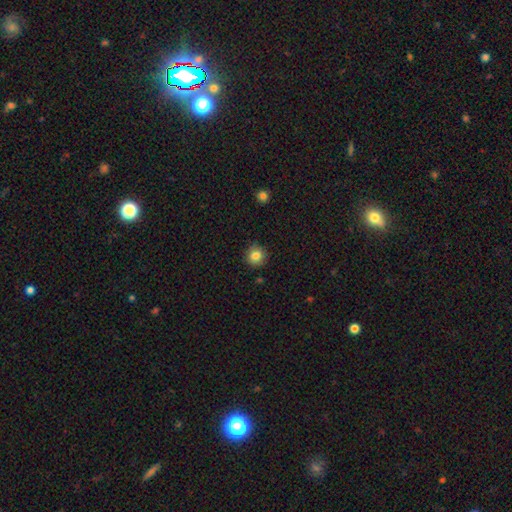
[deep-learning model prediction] Morphology: type=smooth (83%); roundness=round (93%); merging=none (89%).